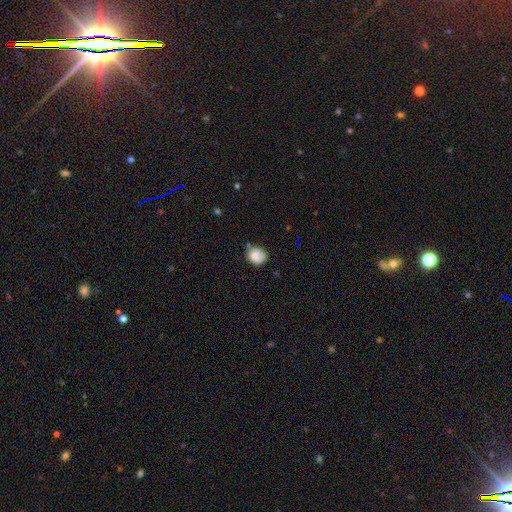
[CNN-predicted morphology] A smooth galaxy with no disk features (77%) that is round (70%). Merging: none (61%).